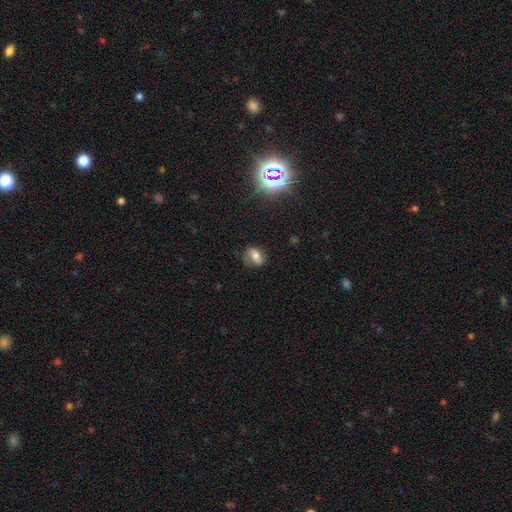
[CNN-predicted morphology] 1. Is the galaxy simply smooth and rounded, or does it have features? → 58% smooth, 27% featured or disk, 15% star or artifact.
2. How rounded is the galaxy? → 77% in between, 20% round, 4% cigar-shaped.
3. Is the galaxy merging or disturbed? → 60% none, 25% minor disturbance, 13% major disturbance, 2% merger.